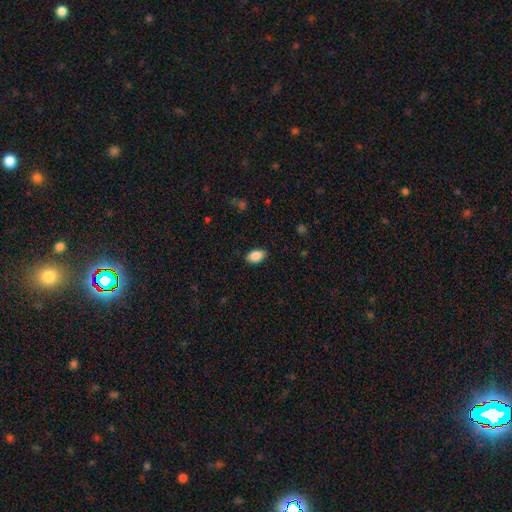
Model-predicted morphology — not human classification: Smooth or featured: smooth — 89% (star or artifact — 7%)
How rounded: in between — 91% (round — 8%)
Merging: none — 87% (minor disturbance — 10%)